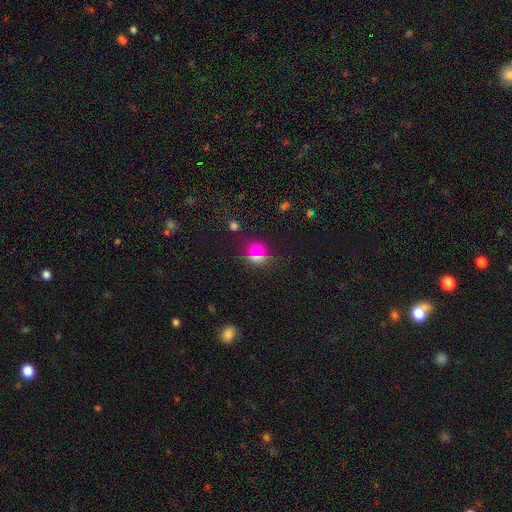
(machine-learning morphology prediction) Smooth or featured? smooth (57%)
How rounded? round (77%)
Merging? none (77%)